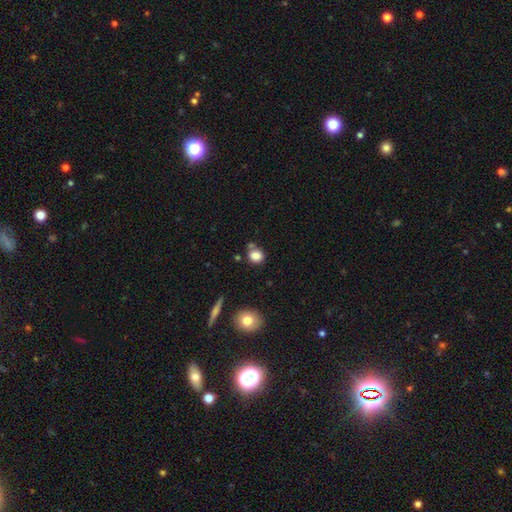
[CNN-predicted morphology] The model was most divided on "merging": none: 68%, merger: 15%, minor disturbance: 14%, major disturbance: 4%. More confident: smooth or featured — smooth (82%); how rounded — round (78%).